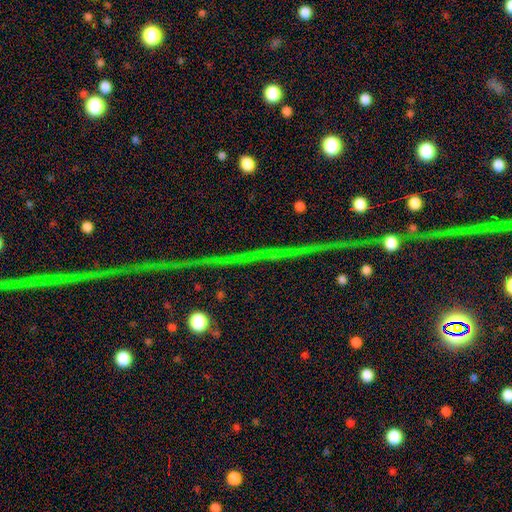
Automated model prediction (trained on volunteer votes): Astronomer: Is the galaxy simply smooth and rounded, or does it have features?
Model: star or artifact — 81%.